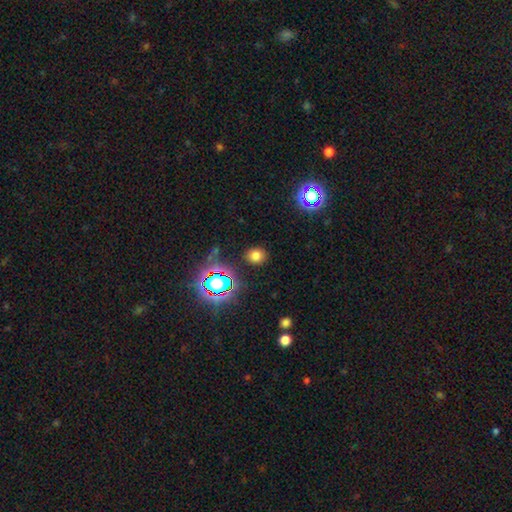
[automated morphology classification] Overall: smooth (71%). How rounded: round (66%; in between 32%). Merging: none (87%).